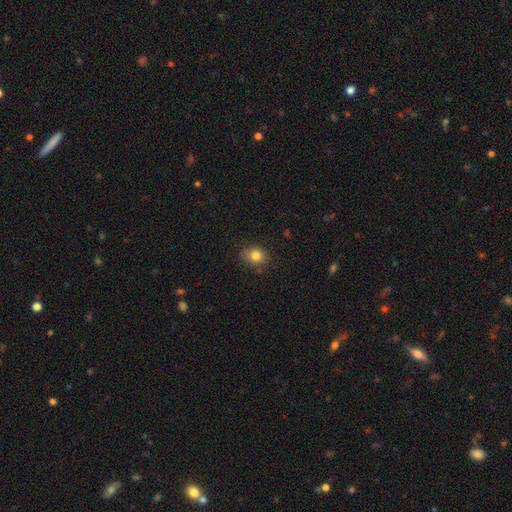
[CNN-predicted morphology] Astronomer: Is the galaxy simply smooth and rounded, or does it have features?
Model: smooth — 81%.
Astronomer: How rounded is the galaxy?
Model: round — 53% (runner-up: in between, 46%).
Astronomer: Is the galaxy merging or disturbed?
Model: none — 70%.